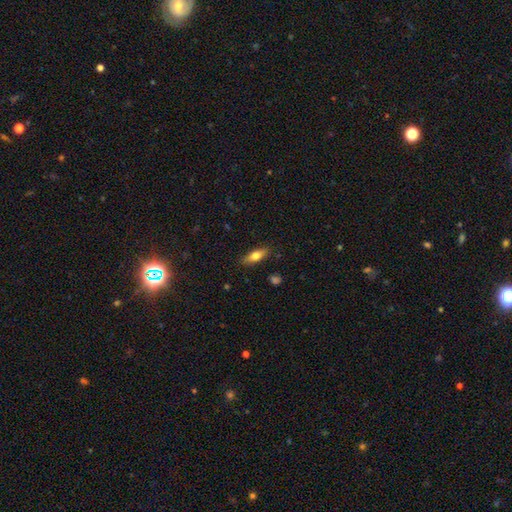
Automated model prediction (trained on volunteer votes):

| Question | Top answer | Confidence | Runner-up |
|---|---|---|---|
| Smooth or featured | smooth | 67% | featured or disk (26%) |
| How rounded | in between | 62% | cigar-shaped (35%) |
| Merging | none | 86% | minor disturbance (10%) |